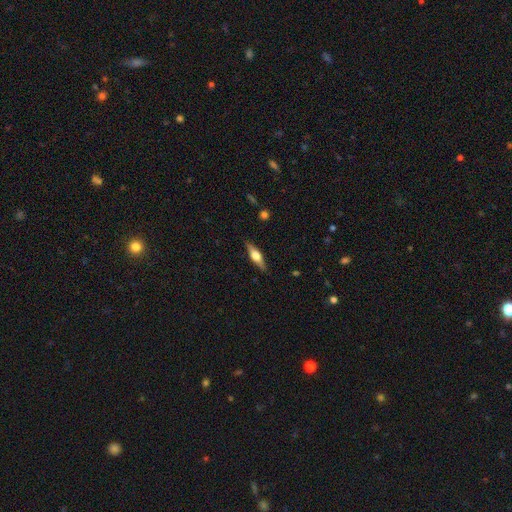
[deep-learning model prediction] Smooth or featured? Predicted: featured or disk (p=0.63). Edge-on disk? Predicted: yes (p=0.95). Edge-on bulge? Predicted: rounded (p=0.91). Merging? Predicted: none (p=0.88).